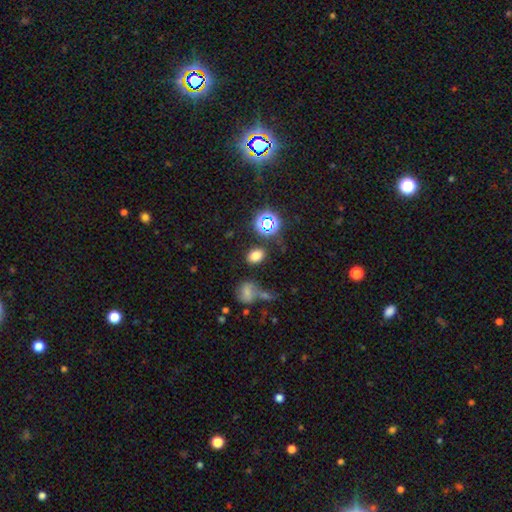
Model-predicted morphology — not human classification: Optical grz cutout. It shows a smooth galaxy with no disk features (72%) that is in between round and cigar-shaped (74%). Merging: none (78%).